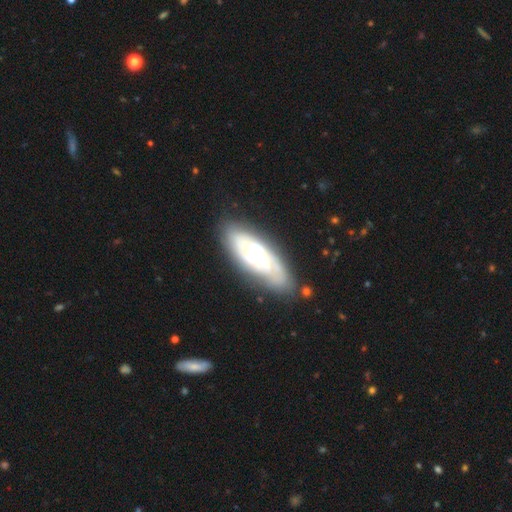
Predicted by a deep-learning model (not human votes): Smooth or featured?
  - featured or disk: 84% *
  - smooth: 11%
  - star or artifact: 5%
Edge-on disk?
  - no: 91% *
  - yes: 9%
Bar?
  - weak: 42% *
  - no: 37%
  - strong: 20%
Spiral arms?
  - yes: 95% *
  - no: 5%
Spiral winding?
  - tight: 57% *
  - medium: 35%
  - loose: 8%
Spiral arm count?
  - 2: 59% *
  - can't tell: 18%
  - 3: 14%
  - 4: 4%
  - 1: 3%
  - more than 4: 3%
Bulge size?
  - moderate: 56% *
  - small: 31%
  - large: 10%
  - none: 2%
  - dominant: 1%
Merging?
  - none: 82% *
  - minor disturbance: 13%
  - major disturbance: 4%
  - merger: 2%